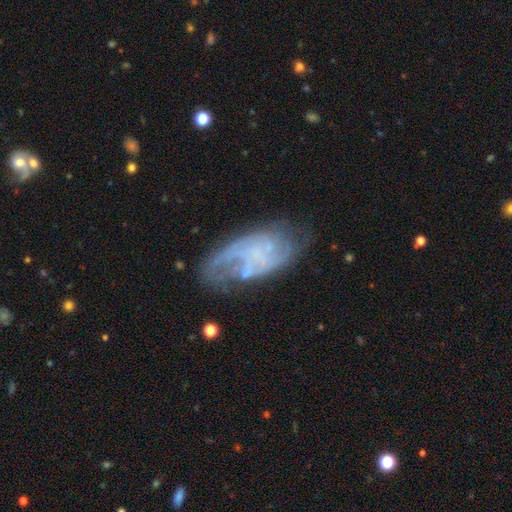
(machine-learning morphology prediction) A featured or disk galaxy (67%) with no bar (73%), spiral arms (69%) and no central bulge (70%). Merging: none (52%).